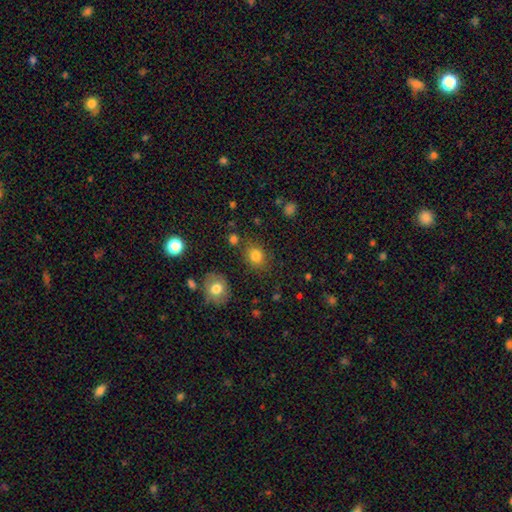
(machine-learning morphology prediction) Overall: smooth (82%). How rounded: round (62%; in between 37%). Merging: none (77%).